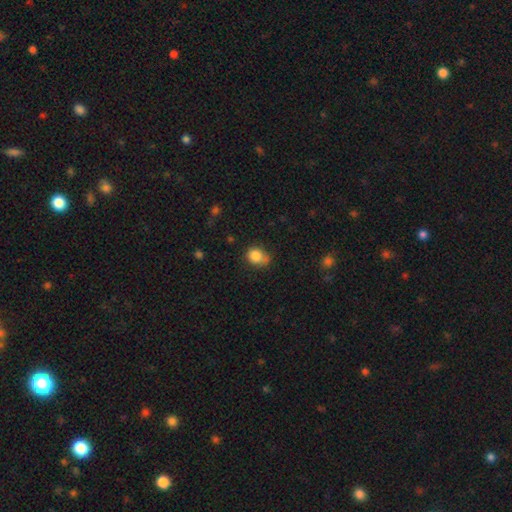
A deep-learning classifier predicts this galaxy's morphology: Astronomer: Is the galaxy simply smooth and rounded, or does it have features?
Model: smooth — 83%.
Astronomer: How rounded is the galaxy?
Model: round — 63%.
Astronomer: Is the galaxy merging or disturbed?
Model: none — 49% (runner-up: minor disturbance, 31%).